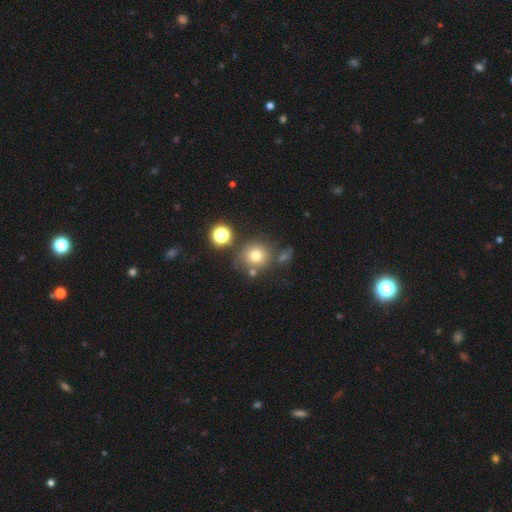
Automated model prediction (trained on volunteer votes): Morphology: type=smooth (72%); roundness=round (91%); merging=none (71%).